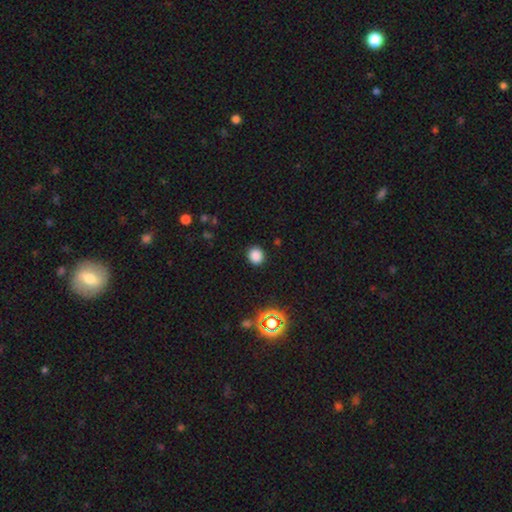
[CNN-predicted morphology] Smooth or featured? Predicted: smooth (p=0.83). How rounded? Predicted: round (p=0.84). Merging? Predicted: none (p=0.90).